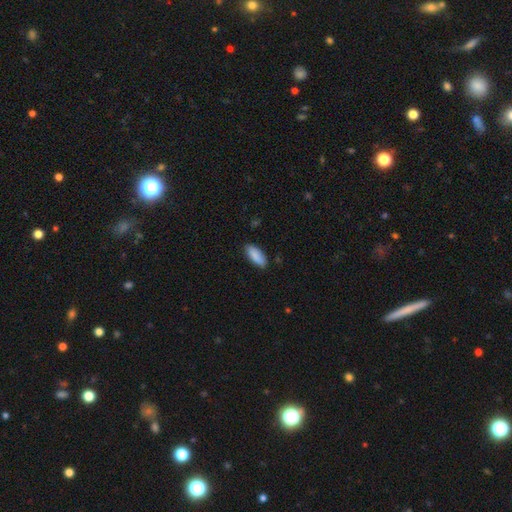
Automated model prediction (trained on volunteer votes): smooth-or-featured: smooth: 89% | star or artifact: 6% | featured or disk: 5%
  how-rounded: in between: 76% | cigar-shaped: 22% | round: 2%
  merging: none: 86% | minor disturbance: 11% | major disturbance: 2% | merger: 1%